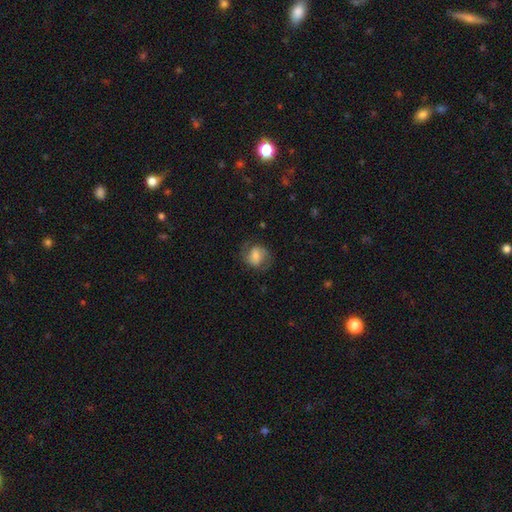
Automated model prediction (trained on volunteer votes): A featured or disk galaxy (53%) with a weak bar (43%), spiral arms (88%) and a moderate central bulge (29%). Merging: none (68%).